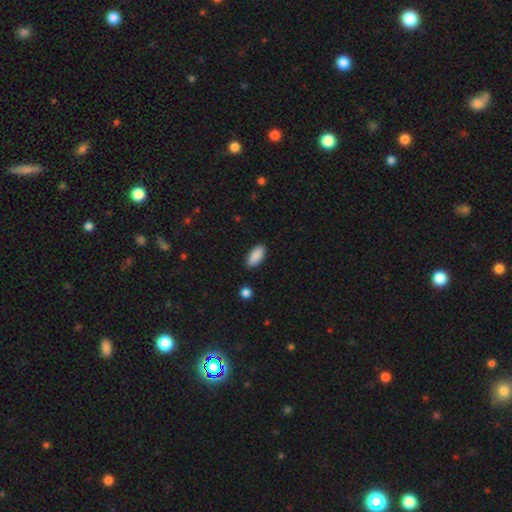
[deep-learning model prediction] Morphology: type=smooth (90%); roundness=in between (89%); merging=none (87%).